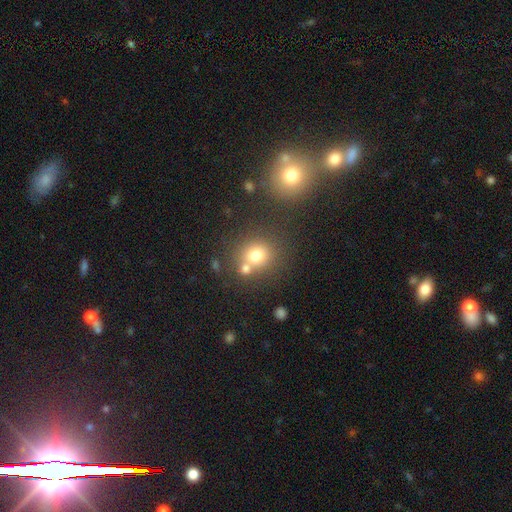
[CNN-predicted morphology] Overall: smooth (74%). How rounded: round (82%). Merging: none (61%; merger 25%).